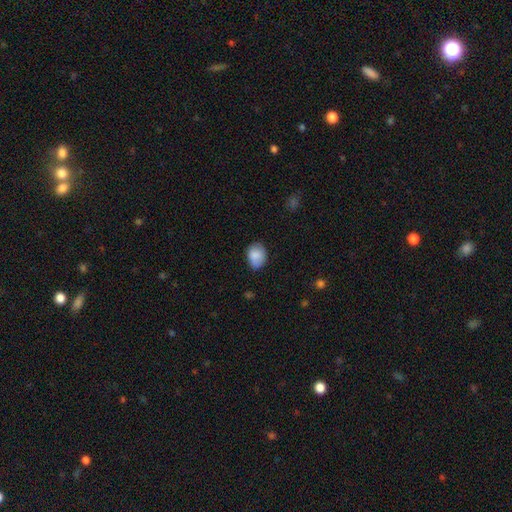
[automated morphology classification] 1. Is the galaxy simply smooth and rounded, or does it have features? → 86% smooth, 7% star or artifact, 7% featured or disk.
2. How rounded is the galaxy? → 65% in between, 34% round, 1% cigar-shaped.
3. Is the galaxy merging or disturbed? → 73% none, 22% minor disturbance, 4% major disturbance, 1% merger.